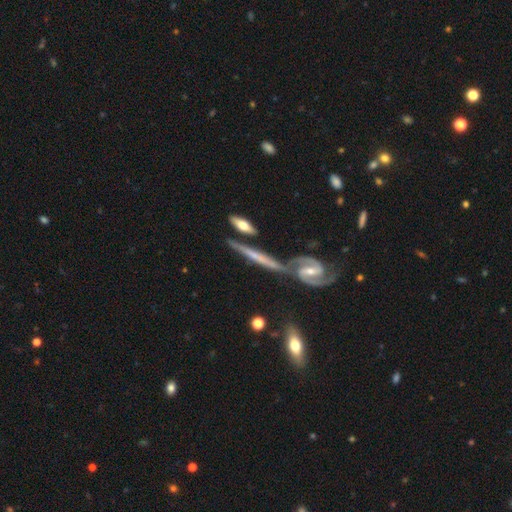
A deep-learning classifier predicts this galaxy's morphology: Q: Smooth or featured?
A: featured or disk (74%); runner-up: smooth (18%)
Q: Edge-on disk?
A: yes (71%); runner-up: no (29%)
Q: Edge-on bulge?
A: none (45%); runner-up: rounded (42%)
Q: Merging?
A: none (57%); runner-up: merger (23%)